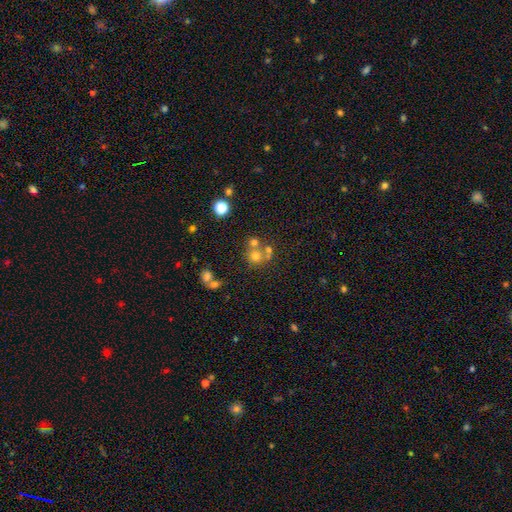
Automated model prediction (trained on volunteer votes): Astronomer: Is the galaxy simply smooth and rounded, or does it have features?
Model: smooth — 61%.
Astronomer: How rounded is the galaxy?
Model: round — 86%.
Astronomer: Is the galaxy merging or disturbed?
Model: none — 50% (runner-up: merger, 37%).